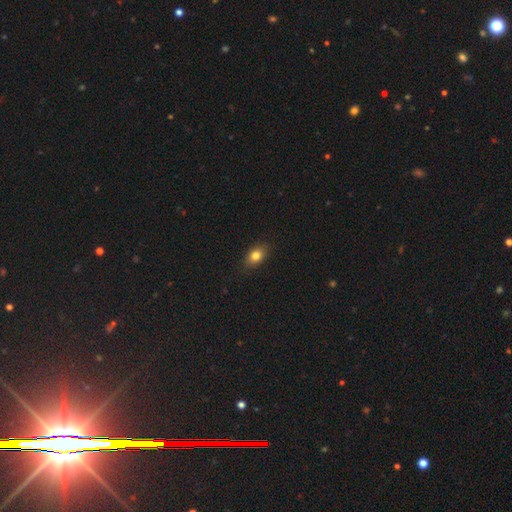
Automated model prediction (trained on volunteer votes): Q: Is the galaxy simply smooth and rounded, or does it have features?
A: smooth — 81%.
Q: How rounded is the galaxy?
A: in between — 77%.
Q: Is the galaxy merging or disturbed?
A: none — 85%.